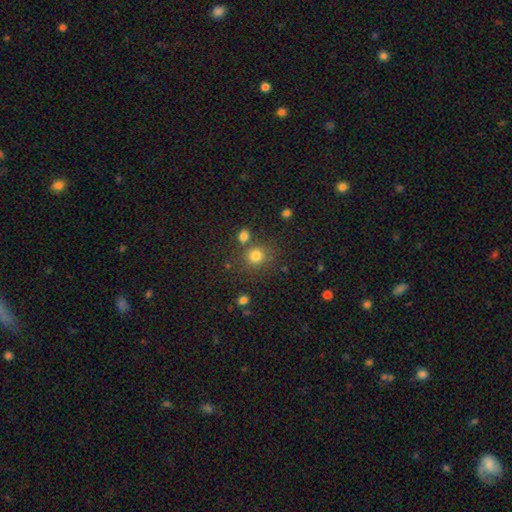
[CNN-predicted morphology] type=smooth (79%); roundness=round (85%); merging=none (70%).